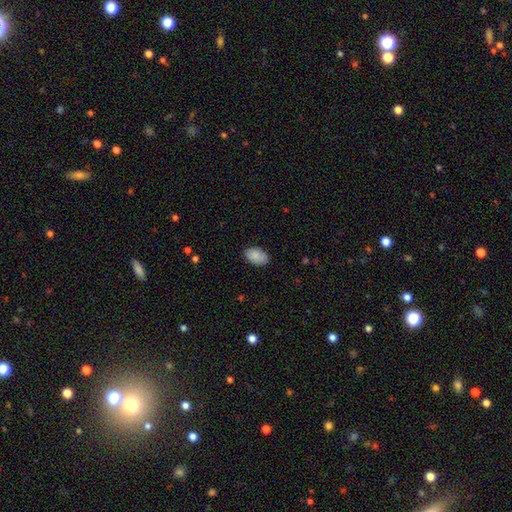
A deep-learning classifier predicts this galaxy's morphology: smooth_or_featured: smooth (p=0.88) [alt: star or artifact p=0.06]
how_rounded: in between (p=0.91) [alt: round p=0.08]
merging: none (p=0.86) [alt: minor disturbance p=0.11]